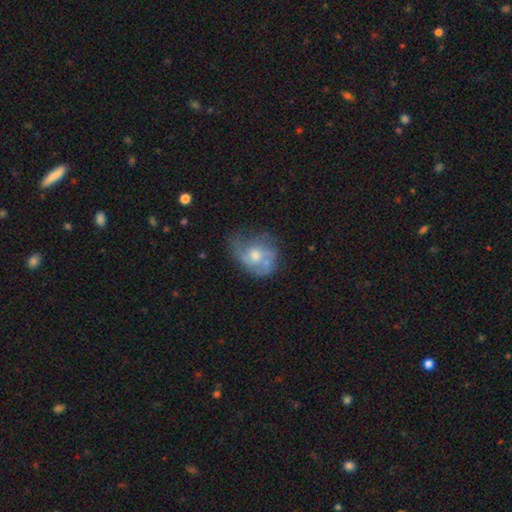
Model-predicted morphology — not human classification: smooth-or-featured: featured or disk: 64% | smooth: 27% | star or artifact: 8%
  disk-edge-on: no: 97% | yes: 3%
    bar: no: 76% | weak: 21% | strong: 3%
    has-spiral-arms: yes: 79% | no: 21%
    bulge-size: moderate: 63% | small: 27% | large: 6% | none: 3% | dominant: 1%
  merging: none: 49% | minor disturbance: 28% | major disturbance: 20% | merger: 3%